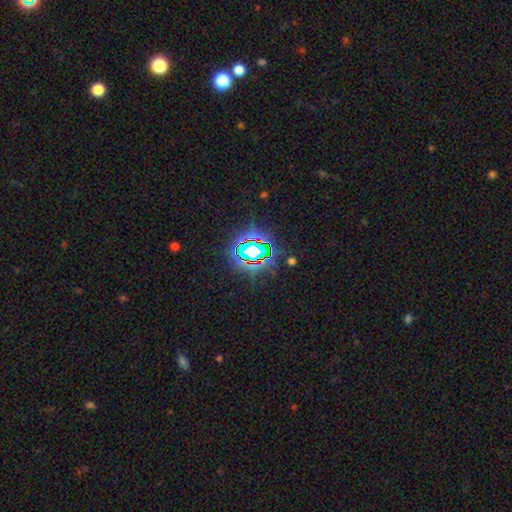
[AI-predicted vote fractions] The model was most divided on "smooth or featured": star or artifact: 78%, smooth: 13%, featured or disk: 9%.